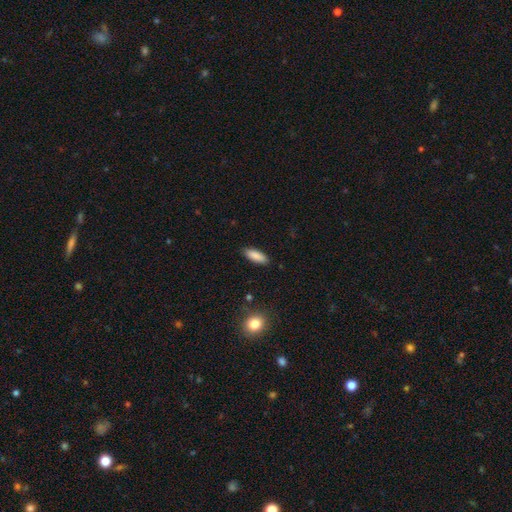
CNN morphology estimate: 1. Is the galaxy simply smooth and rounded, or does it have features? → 88% smooth, 7% star or artifact, 6% featured or disk.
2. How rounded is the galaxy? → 62% in between, 36% cigar-shaped, 2% round.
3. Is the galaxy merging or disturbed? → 87% none, 9% minor disturbance, 2% major disturbance, 1% merger.